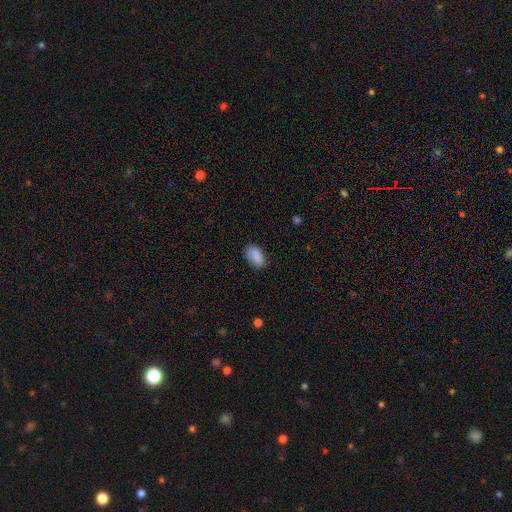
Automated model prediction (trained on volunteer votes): This is clearly a smooth galaxy (86%). How rounded: clearly in between (91%). Merging: likely none (74%).